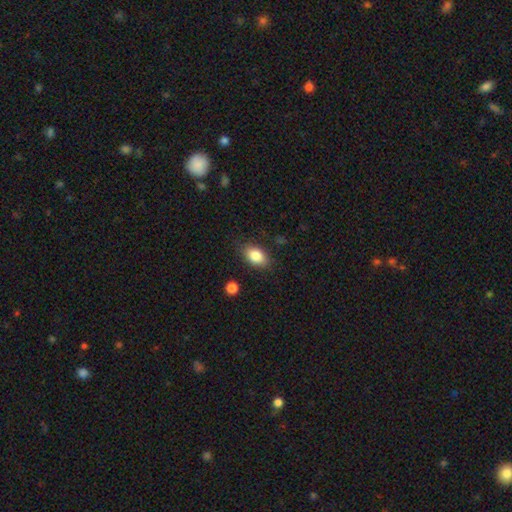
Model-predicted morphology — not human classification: A smooth galaxy with no disk features (84%) that is in between round and cigar-shaped (88%). Merging: none (82%).